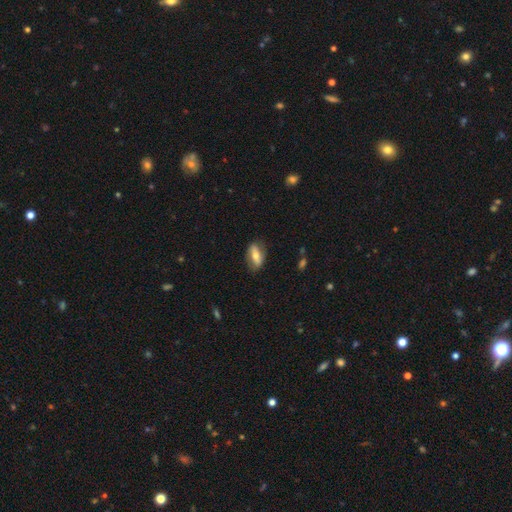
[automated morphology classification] The model was most divided on "smooth or featured": smooth: 53%, featured or disk: 41%, star or artifact: 7%. More confident: how rounded — in between (83%); merging — none (76%).